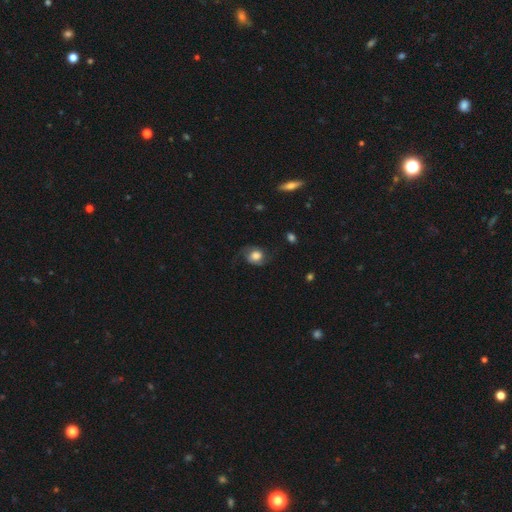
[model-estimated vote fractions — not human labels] This is possibly a featured or disk galaxy (53%). It is clearly not viewed edge-on (96%). Bar: likely no (66%). Spiral arm pattern: clearly yes (87%). Central bulge: possibly large (49%). Merging: likely none (66%).